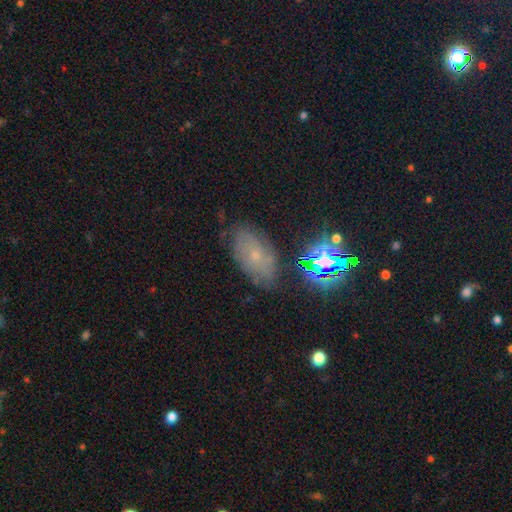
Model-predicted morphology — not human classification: Smooth or featured: smooth — 36% (featured or disk — 35%)
Merging: none — 75% (minor disturbance — 17%)